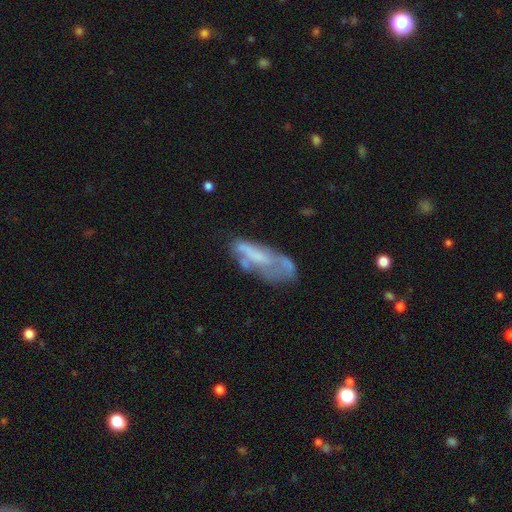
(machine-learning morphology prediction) This is possibly a featured or disk galaxy (48%). Merging: marginally none (32%).